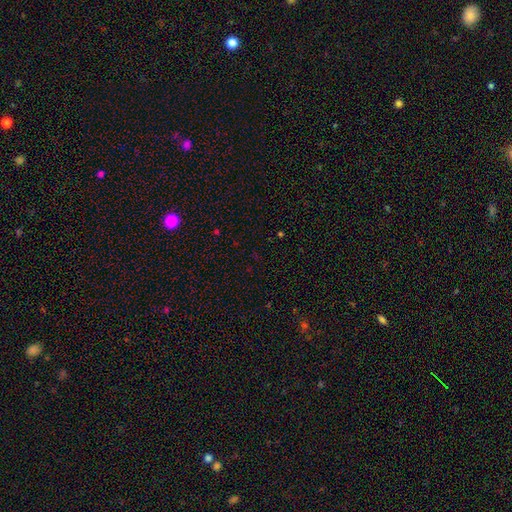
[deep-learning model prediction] Smooth or featured?
  - star or artifact: 68% *
  - smooth: 25%
  - featured or disk: 7%